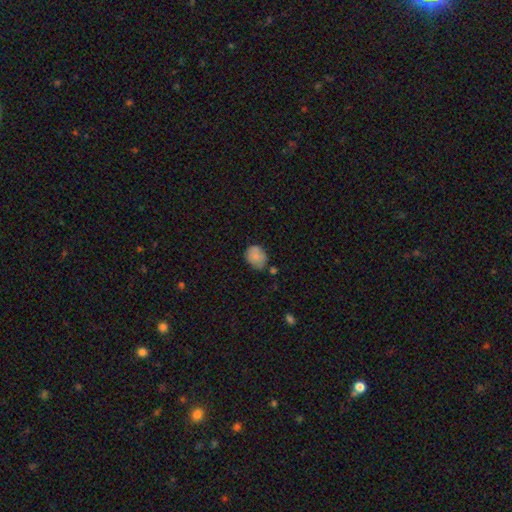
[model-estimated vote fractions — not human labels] A smooth galaxy with no disk features (81%) that is in between round and cigar-shaped (52%). Merging: none (62%).